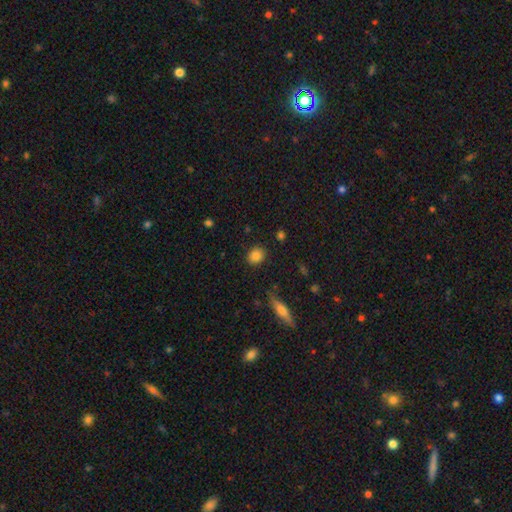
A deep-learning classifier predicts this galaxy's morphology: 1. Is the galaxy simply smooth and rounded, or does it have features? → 85% smooth, 9% star or artifact, 5% featured or disk.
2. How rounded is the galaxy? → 65% round, 33% in between, 2% cigar-shaped.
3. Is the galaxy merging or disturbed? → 87% none, 8% minor disturbance, 3% major disturbance, 2% merger.